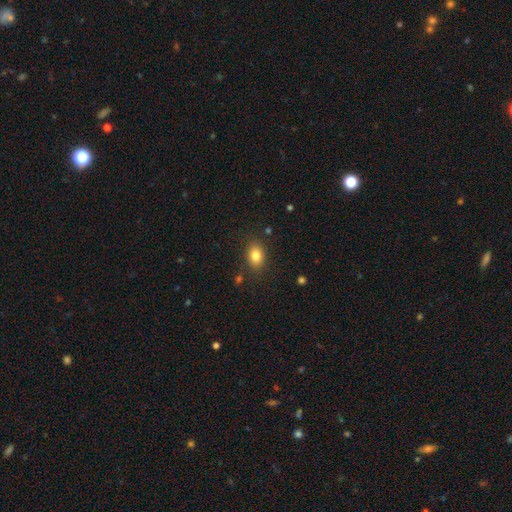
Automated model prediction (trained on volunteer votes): The model was most divided on "how rounded": in between: 70%, round: 29%, cigar-shaped: 1%. More confident: merging — none (84%); smooth or featured — smooth (82%).